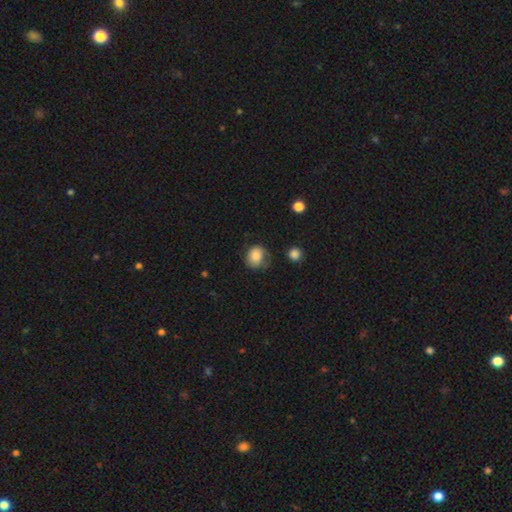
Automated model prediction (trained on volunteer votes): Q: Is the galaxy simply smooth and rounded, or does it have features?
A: smooth — 83%.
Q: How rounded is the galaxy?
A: round — 69%.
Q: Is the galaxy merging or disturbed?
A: none — 61%.